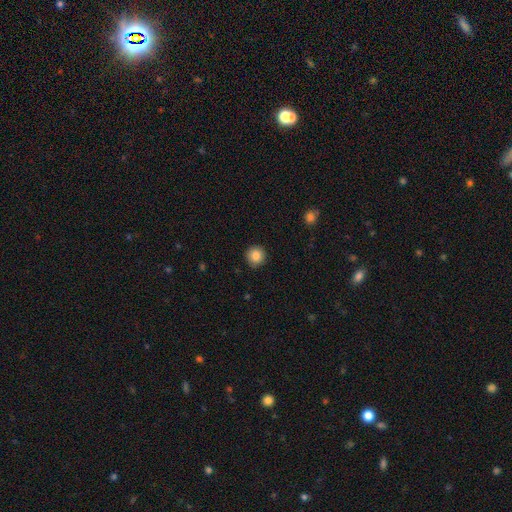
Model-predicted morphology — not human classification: Smooth or featured: smooth — 85% (star or artifact — 9%)
How rounded: round — 95% (in between — 4%)
Merging: none — 91% (minor disturbance — 6%)